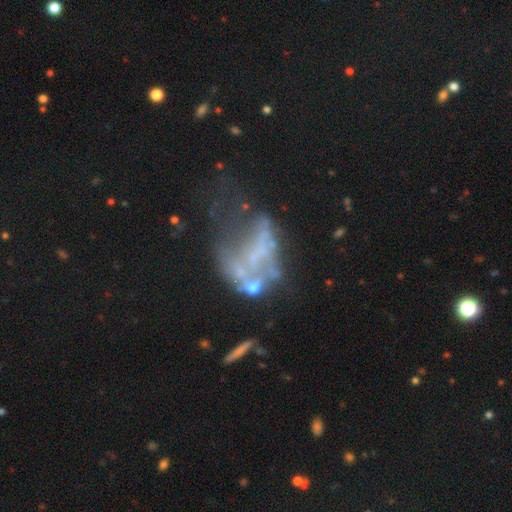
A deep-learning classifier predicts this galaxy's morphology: Smooth or featured? Predicted: featured or disk (p=0.62). Edge-on disk? Predicted: no (p=0.96). Bar? Predicted: no (p=0.84). Spiral arms? Predicted: no (p=0.89). Bulge size? Predicted: none (p=0.77). Merging? Predicted: major disturbance (p=0.45).